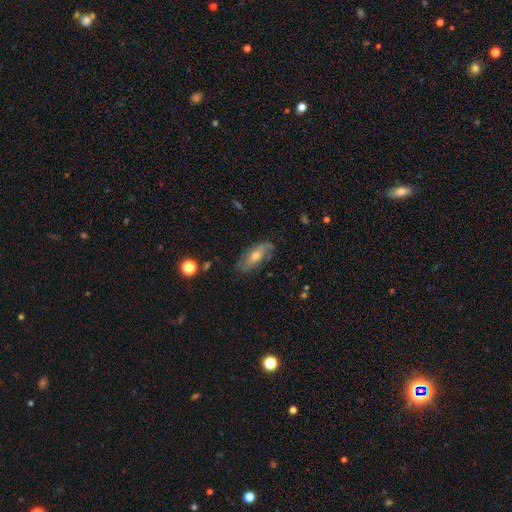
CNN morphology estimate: Smooth or featured?
  - featured or disk: 63% *
  - smooth: 28%
  - star or artifact: 9%
Edge-on disk?
  - no: 83% *
  - yes: 17%
Bar?
  - no: 57% *
  - weak: 32%
  - strong: 11%
Spiral arms?
  - yes: 80% *
  - no: 20%
Bulge size?
  - moderate: 67% *
  - small: 25%
  - large: 6%
  - none: 2%
  - dominant: 1%
Merging?
  - none: 75% *
  - minor disturbance: 18%
  - major disturbance: 6%
  - merger: 2%